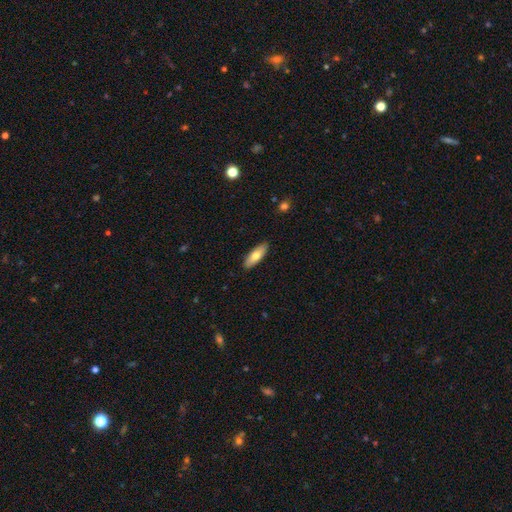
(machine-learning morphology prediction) A smooth galaxy with no disk features (70%) that is in between round and cigar-shaped (60%).

Vote fractions:
- Smooth or featured? smooth: 70% / featured or disk: 24% / star or artifact: 6%
- How rounded? in between: 60% / cigar-shaped: 38% / round: 2%
- Merging? none: 90% / minor disturbance: 8% / major disturbance: 2% / merger: 1%